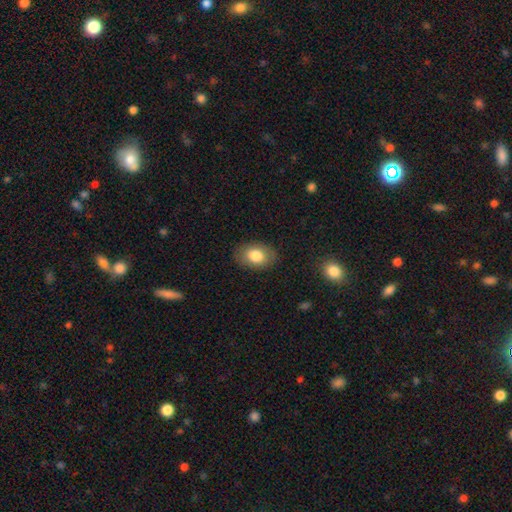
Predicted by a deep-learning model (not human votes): smooth-or-featured: smooth: 81% | featured or disk: 12% | star or artifact: 7%
  how-rounded: in between: 84% | round: 15% | cigar-shaped: 1%
  merging: none: 85% | minor disturbance: 11% | major disturbance: 3% | merger: 1%